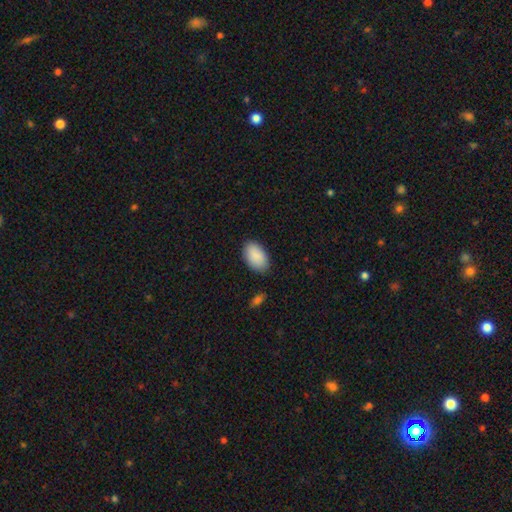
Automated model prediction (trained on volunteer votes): smooth 90%, star or artifact 6%, featured or disk 4%. Down the decision tree: how rounded — in between (93%); merging — none (84%).